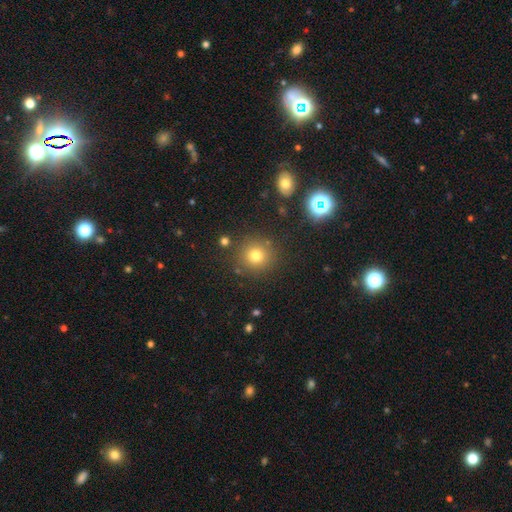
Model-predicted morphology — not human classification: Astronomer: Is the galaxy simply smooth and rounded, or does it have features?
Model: smooth — 75%.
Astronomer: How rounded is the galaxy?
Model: round — 93%.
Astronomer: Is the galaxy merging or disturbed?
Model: none — 86%.